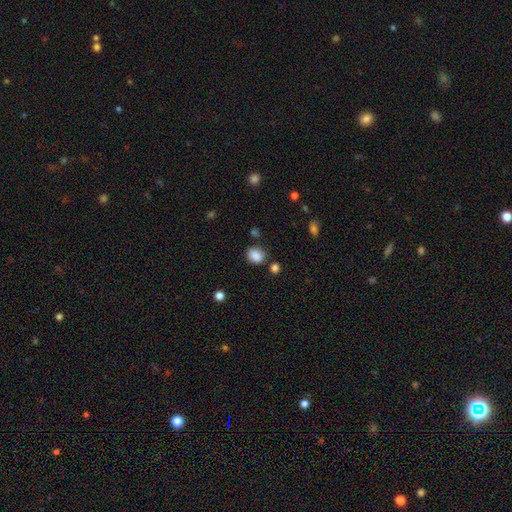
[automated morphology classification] This is clearly a smooth galaxy (85%). How rounded: possibly round (50%). Merging: likely none (73%).